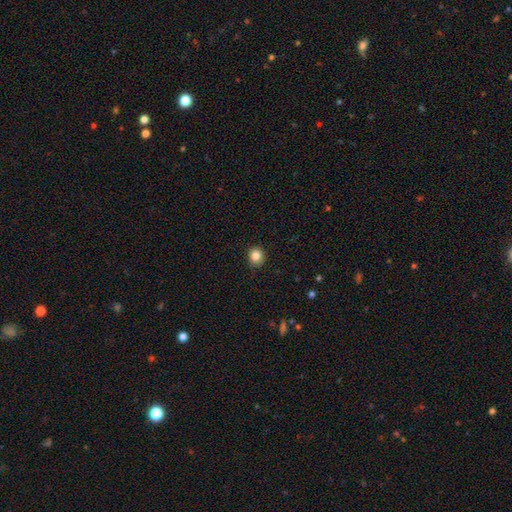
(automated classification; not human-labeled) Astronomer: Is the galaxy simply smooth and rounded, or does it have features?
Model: smooth — 85%.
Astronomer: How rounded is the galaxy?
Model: round — 89%.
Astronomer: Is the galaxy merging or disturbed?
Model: none — 88%.